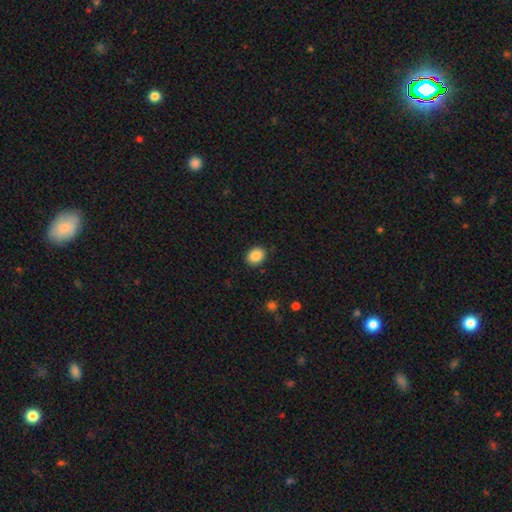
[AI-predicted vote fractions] Smooth or featured? Predicted: smooth (p=0.88). How rounded? Predicted: in between (p=0.54). Merging? Predicted: none (p=0.89).